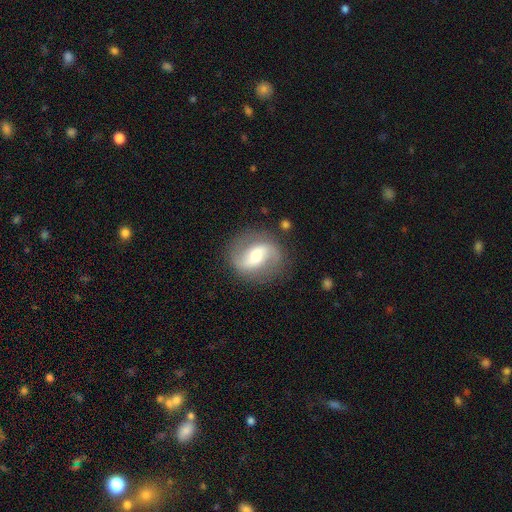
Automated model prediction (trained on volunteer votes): Smooth or featured: featured or disk — 77% (smooth — 17%)
Edge-on disk: no — 96% (yes — 4%)
Bar: weak — 41% (strong — 32%)
Spiral arms: yes — 89% (no — 11%)
Spiral winding: loose — 48% (medium — 40%)
Spiral arm count: 2 — 91% (can't tell — 4%)
Bulge size: moderate — 64% (small — 23%)
Merging: none — 81% (minor disturbance — 12%)